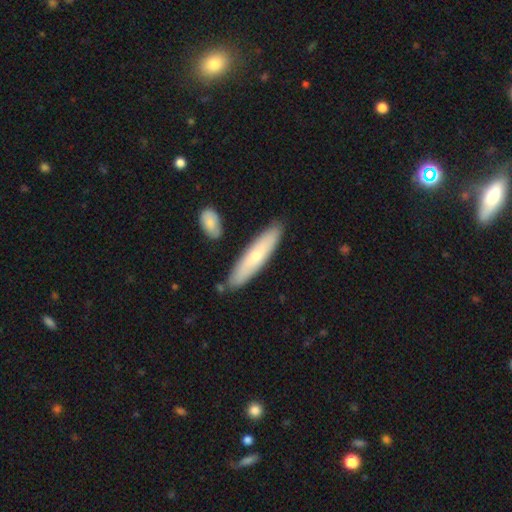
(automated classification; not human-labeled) Smooth or featured: smooth — 64% (featured or disk — 31%)
How rounded: cigar-shaped — 82% (in between — 17%)
Merging: none — 84% (minor disturbance — 11%)